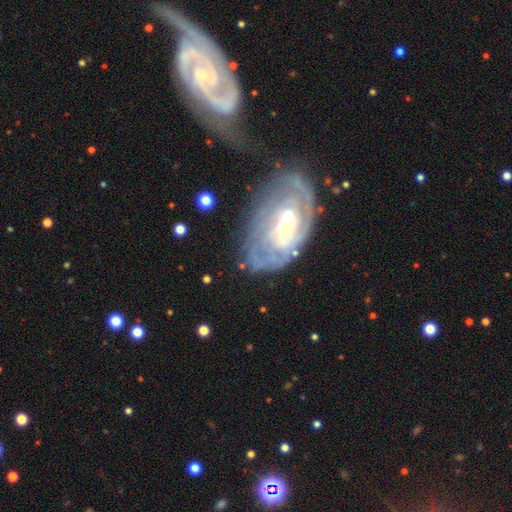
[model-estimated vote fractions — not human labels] A featured or disk galaxy (79%) with no bar (57%), tight (64%) spiral arms (85%) and a small central bulge (50%). Merging: none (64%).